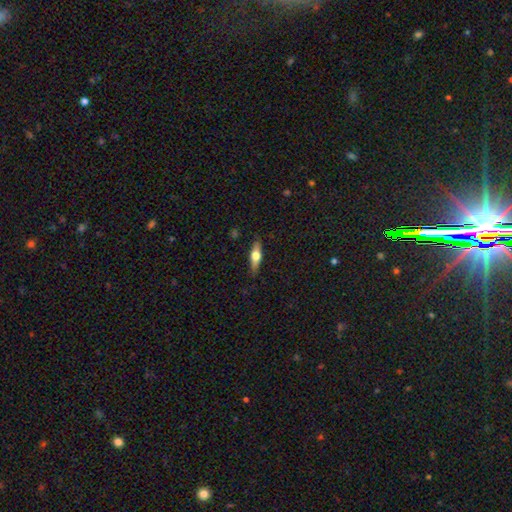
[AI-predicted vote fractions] A featured or disk galaxy (48%). Merging: none (86%).